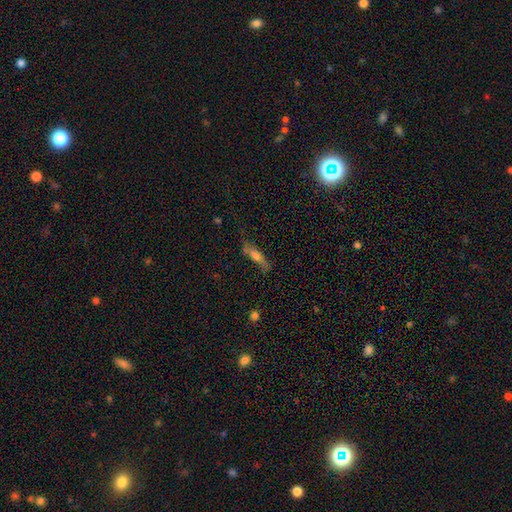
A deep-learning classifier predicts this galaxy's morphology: Smooth or featured?
  - smooth: 54% *
  - featured or disk: 37%
  - star or artifact: 9%
How rounded?
  - cigar-shaped: 69% *
  - in between: 28%
  - round: 3%
Merging?
  - none: 61% *
  - minor disturbance: 25%
  - major disturbance: 9%
  - merger: 5%